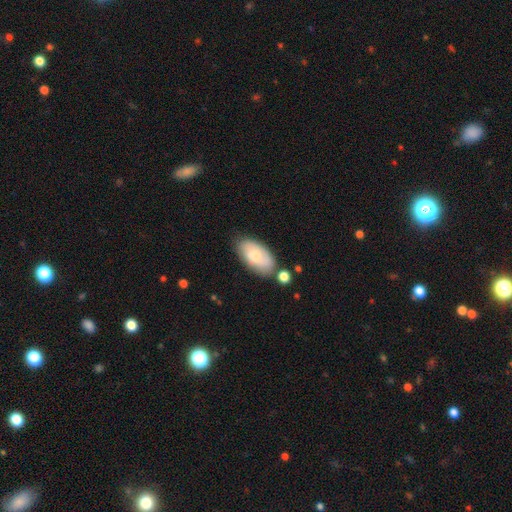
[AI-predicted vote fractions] This is likely a smooth galaxy (68%). How rounded: clearly in between (94%). Merging: likely none (65%).